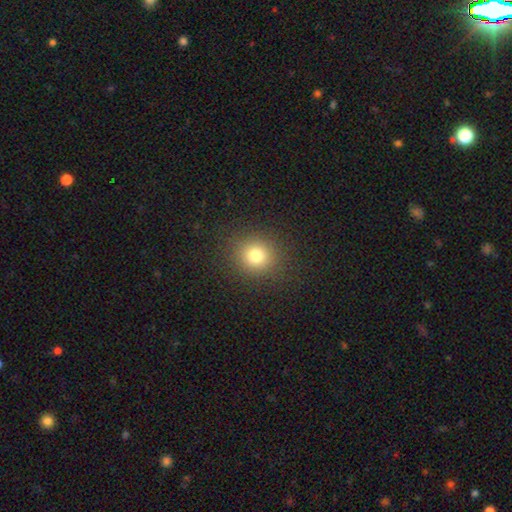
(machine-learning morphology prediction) Q: Smooth or featured?
A: smooth (76%); runner-up: star or artifact (16%)
Q: How rounded?
A: round (88%); runner-up: in between (11%)
Q: Merging?
A: none (89%); runner-up: minor disturbance (6%)